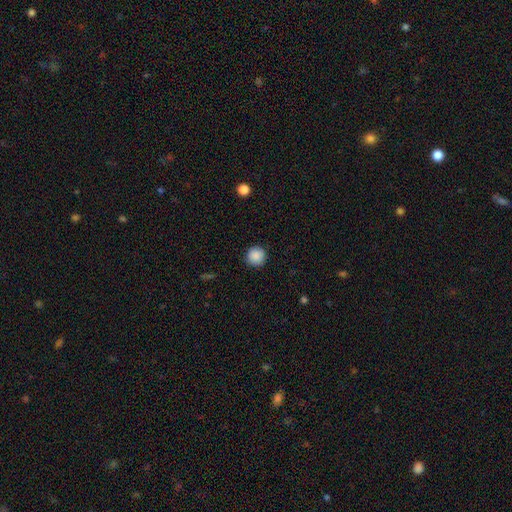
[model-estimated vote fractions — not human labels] Smooth or featured? Predicted: smooth (p=0.88). How rounded? Predicted: round (p=0.95). Merging? Predicted: none (p=0.91).